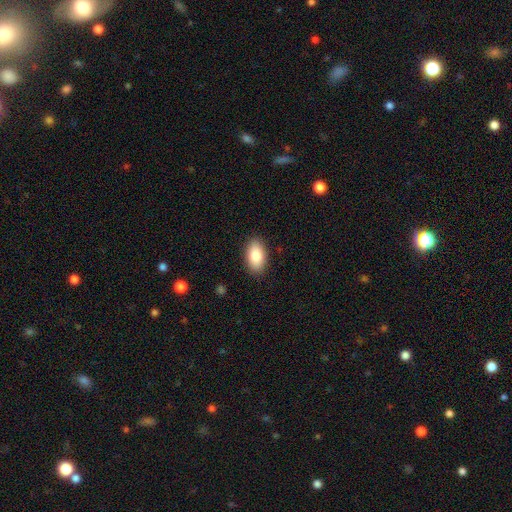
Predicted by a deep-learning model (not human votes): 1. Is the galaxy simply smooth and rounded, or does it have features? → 85% smooth, 8% featured or disk, 7% star or artifact.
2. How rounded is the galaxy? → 94% in between, 4% round, 2% cigar-shaped.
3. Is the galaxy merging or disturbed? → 88% none, 8% minor disturbance, 2% major disturbance, 1% merger.